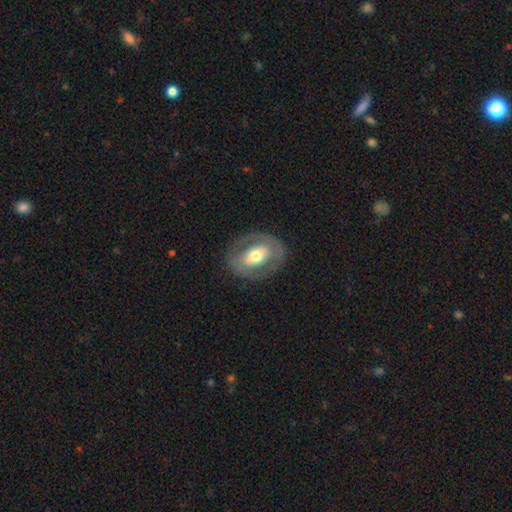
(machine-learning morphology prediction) smooth_or_featured: featured or disk (p=0.55) [alt: smooth p=0.39]
disk_edge_on: no (p=0.92) [alt: yes p=0.08]
bar: no (p=0.47) [alt: weak p=0.27]
has_spiral_arms: no (p=0.74) [alt: yes p=0.26]
bulge_size: moderate (p=0.64) [alt: large p=0.18]
merging: none (p=0.79) [alt: minor disturbance p=0.12]